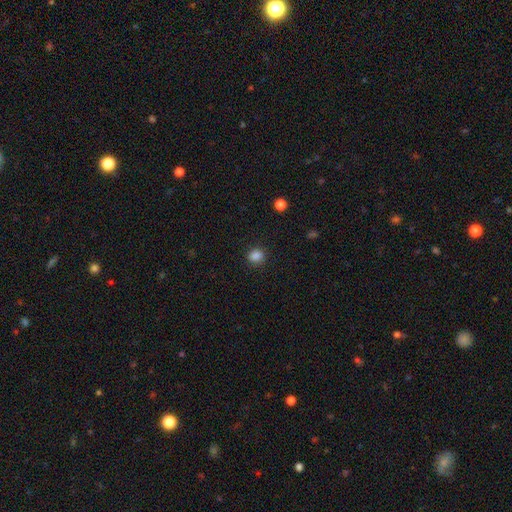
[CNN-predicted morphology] type=smooth (86%); roundness=round (76%); merging=none (89%).